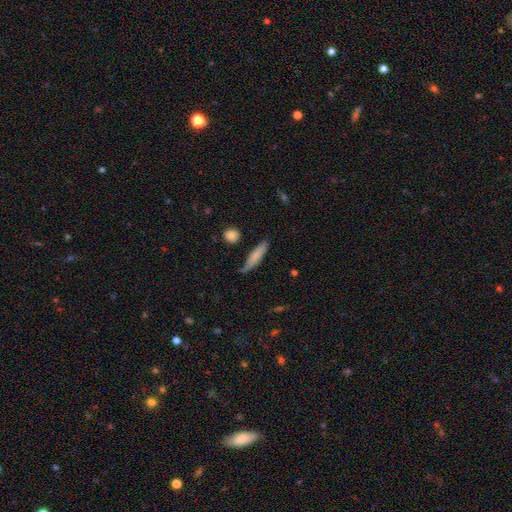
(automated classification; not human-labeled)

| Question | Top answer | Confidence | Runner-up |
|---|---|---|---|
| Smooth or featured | smooth | 73% | featured or disk (21%) |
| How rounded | cigar-shaped | 79% | in between (19%) |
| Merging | none | 71% | minor disturbance (22%) |